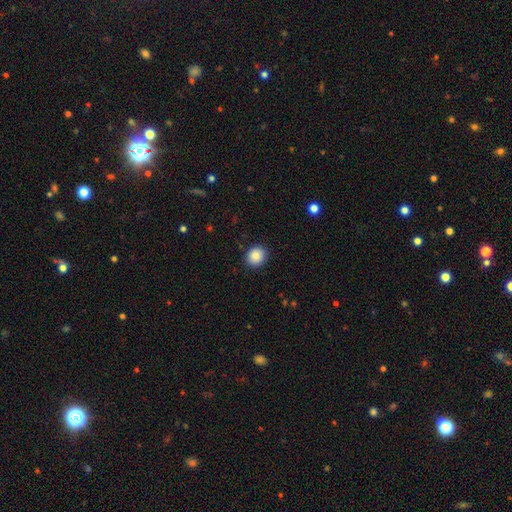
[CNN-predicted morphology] Smooth or featured? Predicted: smooth (p=0.86). How rounded? Predicted: round (p=0.77). Merging? Predicted: none (p=0.90).